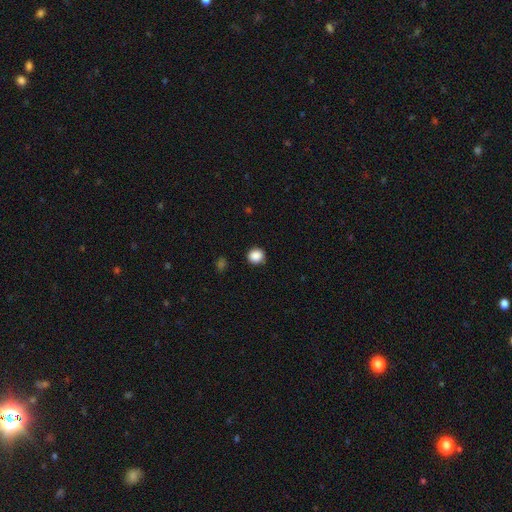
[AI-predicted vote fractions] Smooth or featured? smooth (88%)
How rounded? round (89%)
Merging? none (88%)